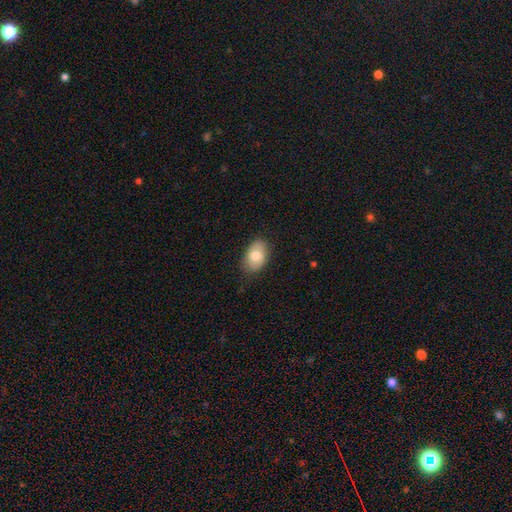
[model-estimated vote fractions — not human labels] This is likely a smooth galaxy (77%). How rounded: clearly in between (88%). Merging: clearly none (81%).